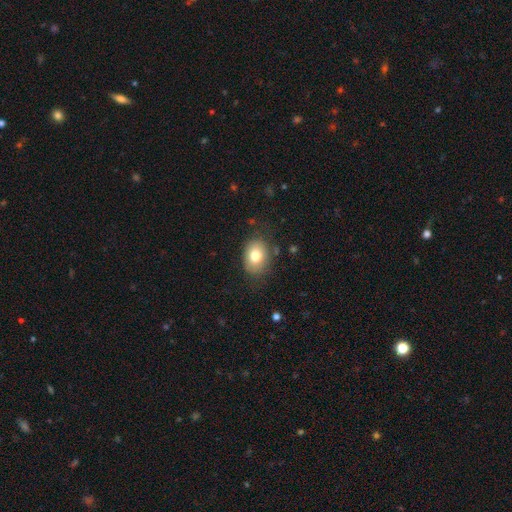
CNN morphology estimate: type=smooth (79%); roundness=in between (69%); merging=none (78%).